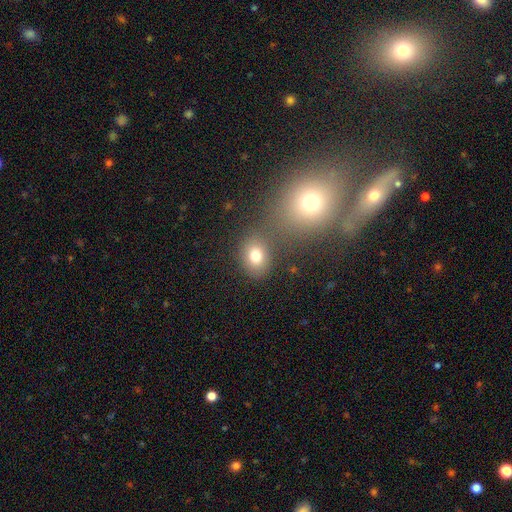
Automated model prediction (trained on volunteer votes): A smooth galaxy with no disk features (76%) that is round (54%).

Vote fractions:
- Smooth or featured? smooth: 76% / star or artifact: 14% / featured or disk: 10%
- How rounded? round: 54% / in between: 45% / cigar-shaped: 1%
- Merging? none: 70% / merger: 14% / minor disturbance: 11% / major disturbance: 5%